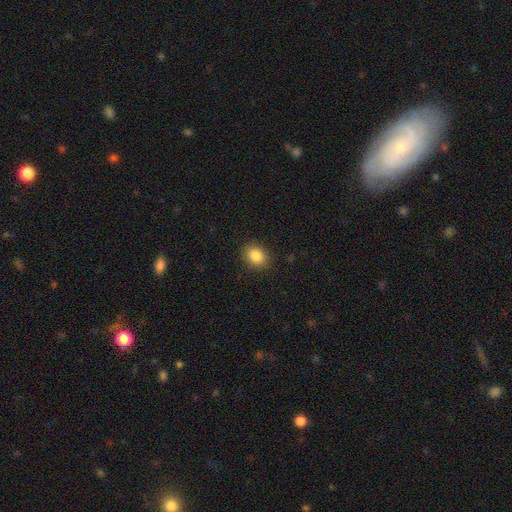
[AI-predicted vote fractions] Morphology: type=smooth (86%); roundness=round (50%); merging=none (88%).